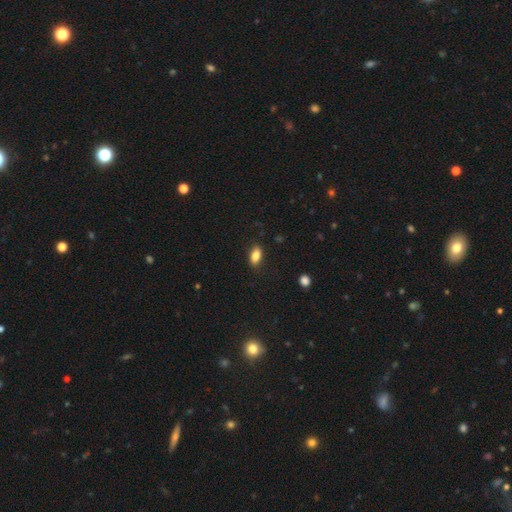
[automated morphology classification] type=smooth (84%); roundness=in between (88%); merging=none (86%).